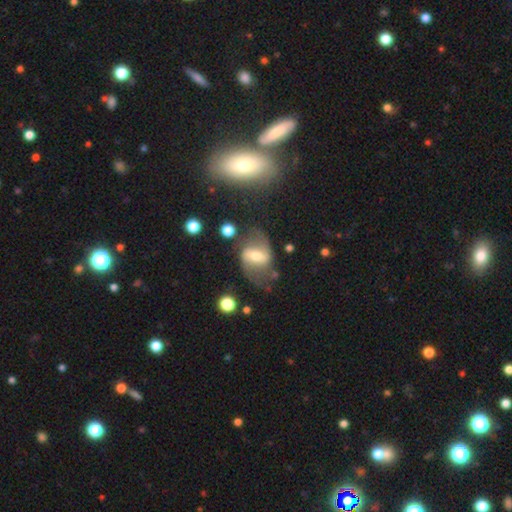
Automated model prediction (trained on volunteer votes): Smooth or featured?
  - featured or disk: 75% *
  - smooth: 17%
  - star or artifact: 8%
Edge-on disk?
  - no: 95% *
  - yes: 5%
Bar?
  - strong: 41% * (tied)
  - weak: 41% * (tied)
  - no: 18%
Spiral arms?
  - yes: 88% *
  - no: 12%
Spiral winding?
  - loose: 54% *
  - medium: 36%
  - tight: 9%
Spiral arm count?
  - 2: 90% *
  - can't tell: 5%
  - 1: 2%
  - 3: 1%
  - 4: 1%
  - more than 4: 1%
Bulge size?
  - moderate: 61% *
  - small: 24%
  - large: 11%
  - none: 2%
  - dominant: 2%
Merging?
  - none: 61% *
  - minor disturbance: 20%
  - major disturbance: 15%
  - merger: 5%